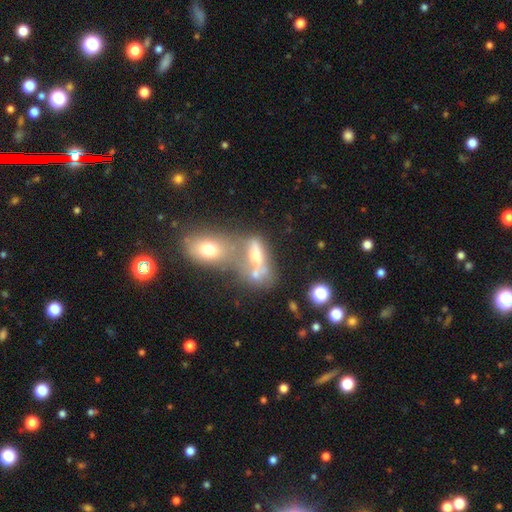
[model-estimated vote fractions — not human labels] This is possibly a smooth galaxy (49%). Merging: possibly merger (55%).